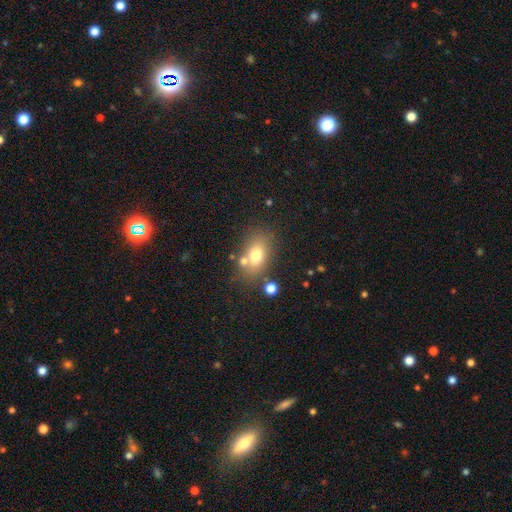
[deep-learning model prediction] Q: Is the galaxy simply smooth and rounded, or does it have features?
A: smooth — 71%.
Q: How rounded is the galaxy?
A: in between — 77%.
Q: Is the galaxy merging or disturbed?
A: none — 66%.